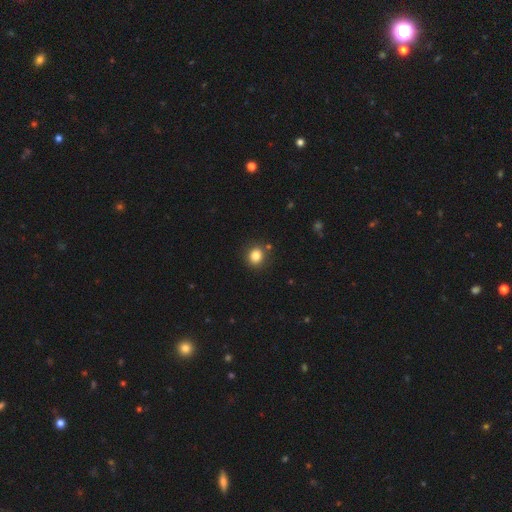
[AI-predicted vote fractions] Smooth or featured?
  - smooth: 83% *
  - star or artifact: 11%
  - featured or disk: 5%
How rounded?
  - round: 77% *
  - in between: 22%
  - cigar-shaped: 1%
Merging?
  - none: 85% *
  - minor disturbance: 9%
  - merger: 3%
  - major disturbance: 3%